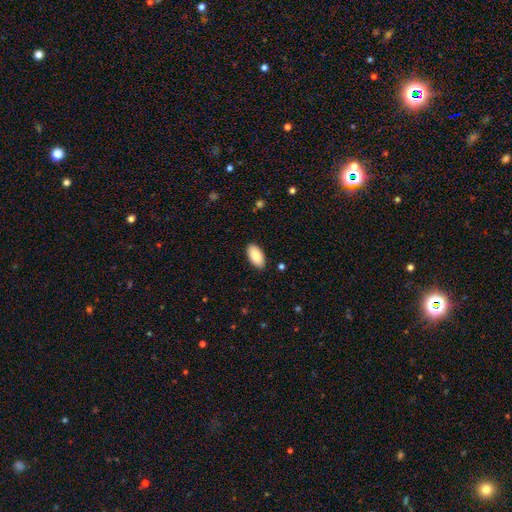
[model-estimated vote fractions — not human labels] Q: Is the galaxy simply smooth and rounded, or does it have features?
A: smooth — 87%.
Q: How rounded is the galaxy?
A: in between — 94%.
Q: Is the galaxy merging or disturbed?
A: none — 89%.